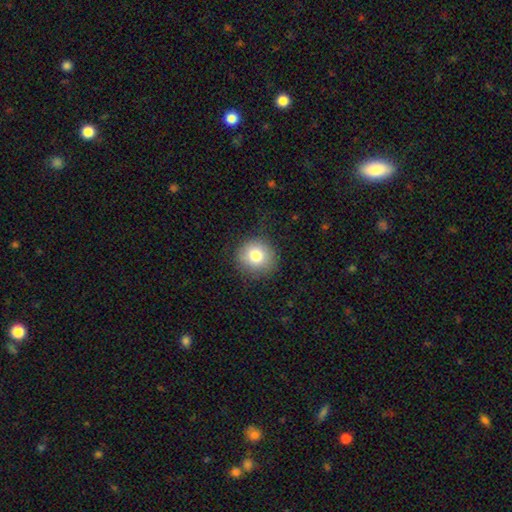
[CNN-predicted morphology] smooth 79%, featured or disk 10%, star or artifact 10%. Down the decision tree: how rounded — round (89%); merging — none (83%).